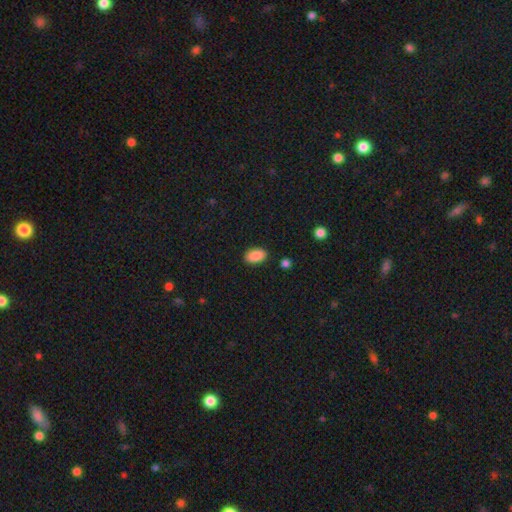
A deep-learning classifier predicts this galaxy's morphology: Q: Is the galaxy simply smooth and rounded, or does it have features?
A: smooth — 89%.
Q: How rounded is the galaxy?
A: in between — 93%.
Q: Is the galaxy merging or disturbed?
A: none — 87%.